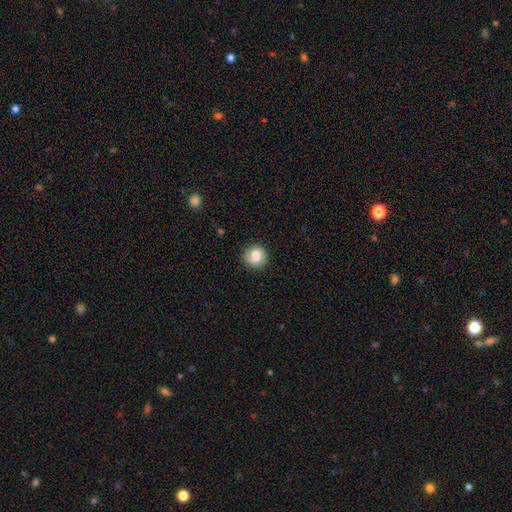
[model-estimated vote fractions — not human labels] This appears to be a smooth galaxy with no disk features (66%) that is round (85%). Merging: none (86%).